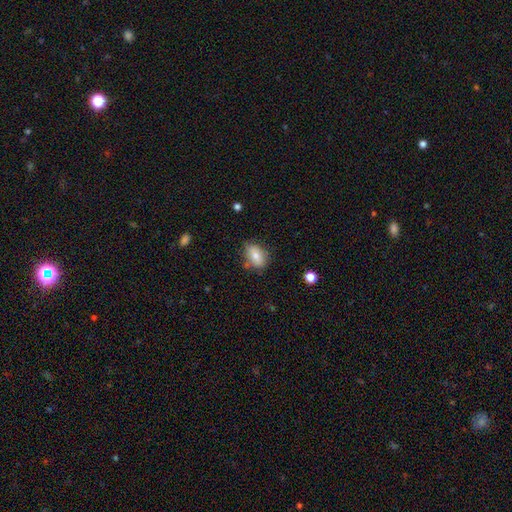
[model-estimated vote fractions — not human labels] smooth 75%, featured or disk 17%, star or artifact 8%. Down the decision tree: how rounded — in between (84%); merging — none (72%).